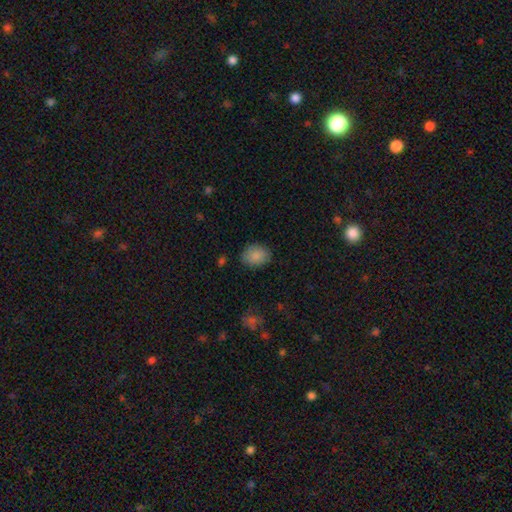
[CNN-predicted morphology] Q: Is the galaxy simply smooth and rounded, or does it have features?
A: smooth — 88%.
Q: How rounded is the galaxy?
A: in between — 64%.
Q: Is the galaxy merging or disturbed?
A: none — 83%.